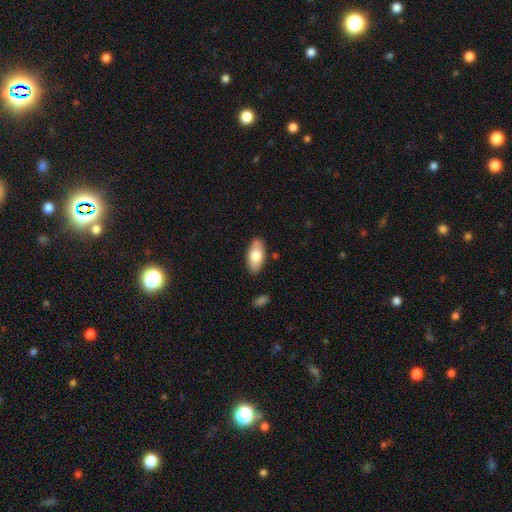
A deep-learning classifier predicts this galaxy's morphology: Smooth or featured: smooth — 74% (featured or disk — 20%)
How rounded: in between — 90% (cigar-shaped — 7%)
Merging: none — 86% (minor disturbance — 10%)